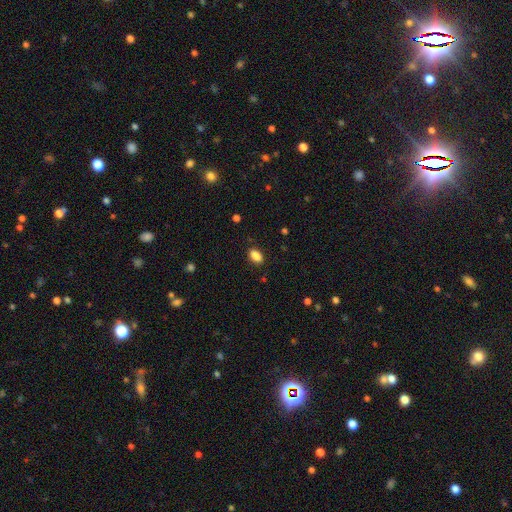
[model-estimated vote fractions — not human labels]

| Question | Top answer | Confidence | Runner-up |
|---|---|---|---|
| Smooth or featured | smooth | 88% | star or artifact (9%) |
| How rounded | in between | 90% | round (8%) |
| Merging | none | 85% | minor disturbance (11%) |